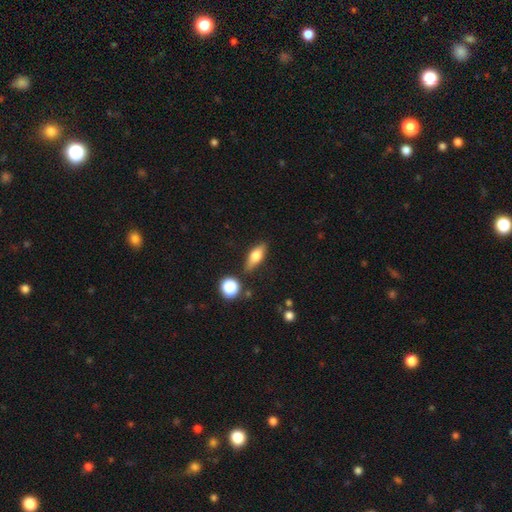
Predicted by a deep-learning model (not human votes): smooth_or_featured: smooth (p=0.62) [alt: featured or disk p=0.30]
how_rounded: in between (p=0.64) [alt: cigar-shaped p=0.29]
merging: none (p=0.81) [alt: minor disturbance p=0.12]